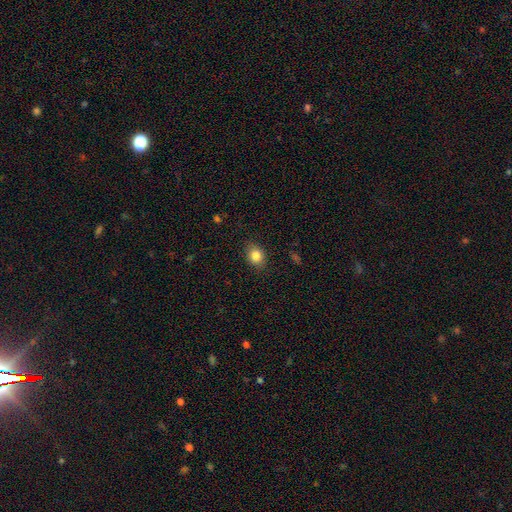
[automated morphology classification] A smooth galaxy with no disk features (84%) that is in between round and cigar-shaped (52%). Merging: none (87%).